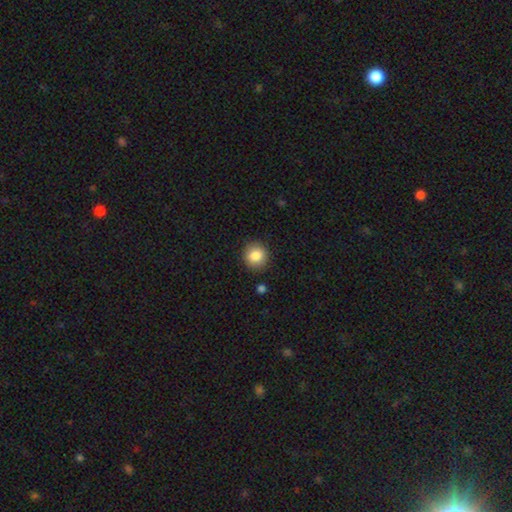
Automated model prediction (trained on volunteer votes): Smooth or featured? smooth (86%)
How rounded? round (87%)
Merging? none (89%)